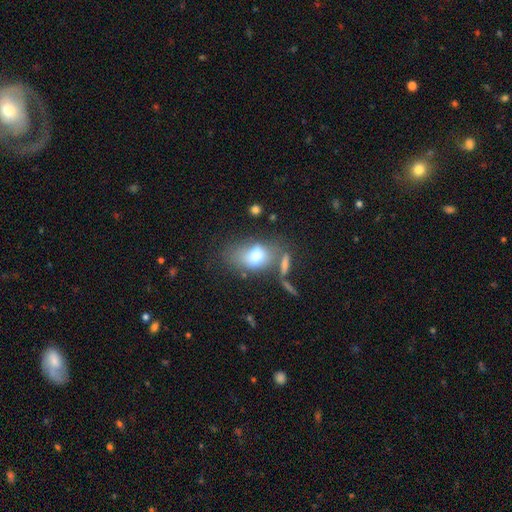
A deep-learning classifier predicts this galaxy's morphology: smooth_or_featured: smooth (p=0.71) [alt: featured or disk p=0.19]
how_rounded: in between (p=0.84) [alt: round p=0.14]
merging: none (p=0.37) [alt: minor disturbance p=0.23]